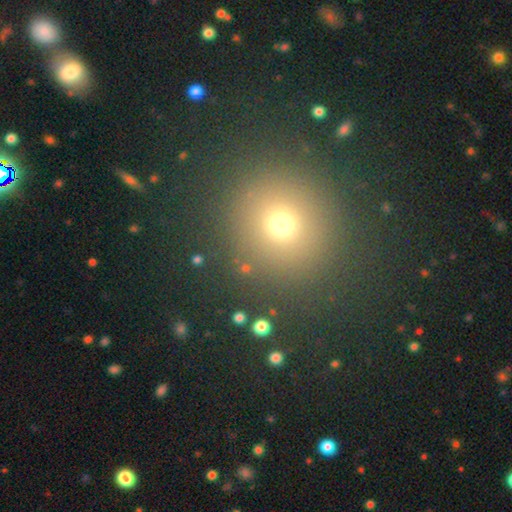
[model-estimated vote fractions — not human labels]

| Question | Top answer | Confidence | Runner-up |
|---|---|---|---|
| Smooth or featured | smooth | 64% | star or artifact (29%) |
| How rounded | round | 93% | in between (6%) |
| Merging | none | 90% | minor disturbance (5%) |